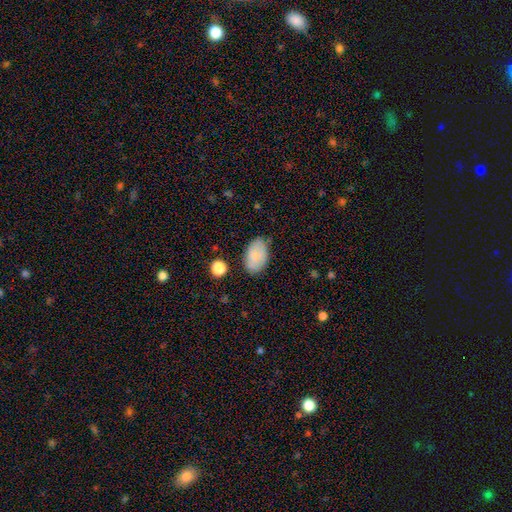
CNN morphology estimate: smooth 82%, featured or disk 11%, star or artifact 7%. Down the decision tree: how rounded — in between (93%); merging — none (75%).